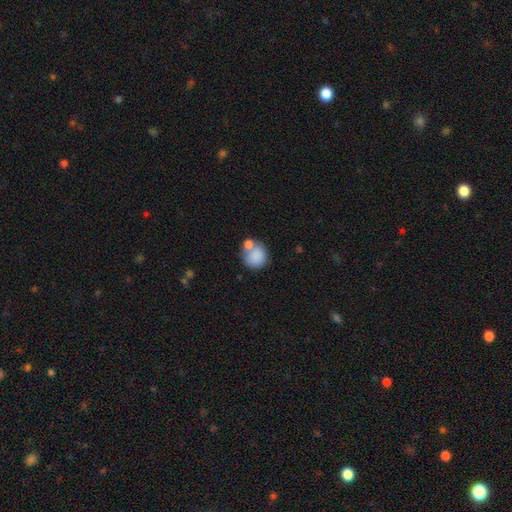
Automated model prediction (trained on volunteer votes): This appears to be a smooth galaxy with no disk features (83%) that is round (82%). Merging: none (49%).